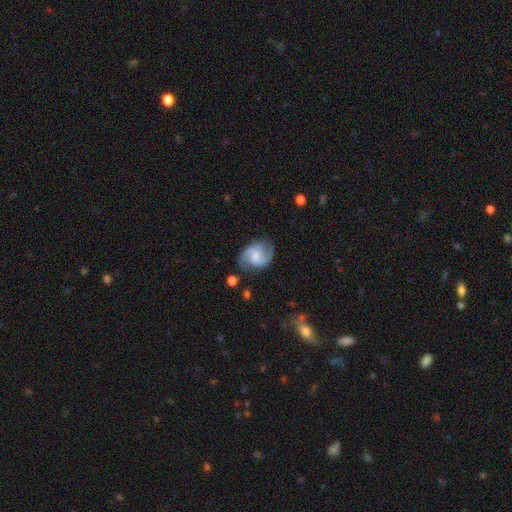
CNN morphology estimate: Smooth or featured? featured or disk (76%)
Edge-on disk? no (98%)
Bar? weak (55%)
Spiral arms? yes (94%)
Spiral winding? medium (49%)
Spiral arm count? 2 (88%)
Bulge size? small (44%)
Merging? none (73%)